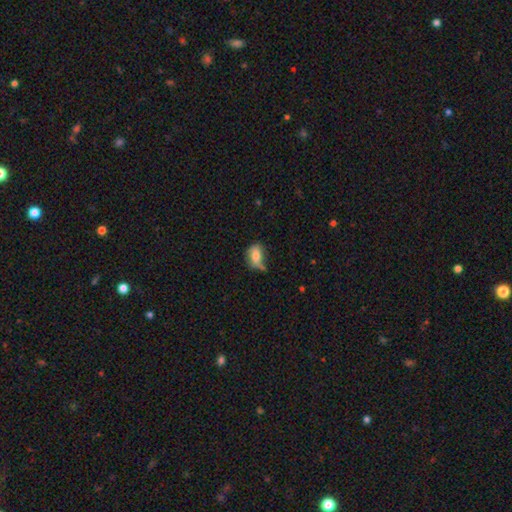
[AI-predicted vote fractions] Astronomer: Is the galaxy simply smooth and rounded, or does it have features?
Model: smooth — 68%.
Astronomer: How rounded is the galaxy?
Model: in between — 80%.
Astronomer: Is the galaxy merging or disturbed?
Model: none — 37% (runner-up: minor disturbance, 33%).